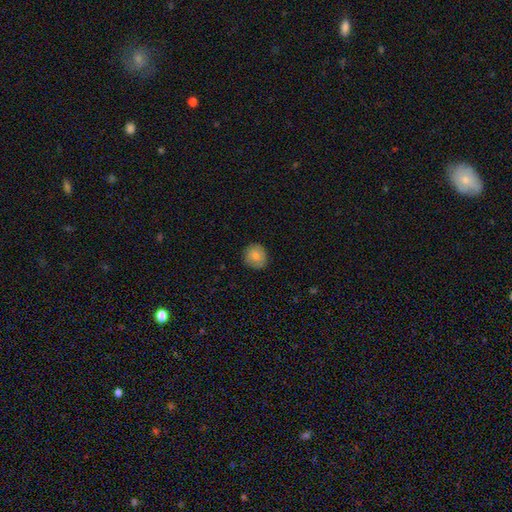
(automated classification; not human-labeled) This is clearly a smooth galaxy (81%). How rounded: clearly round (89%). Merging: clearly none (86%).